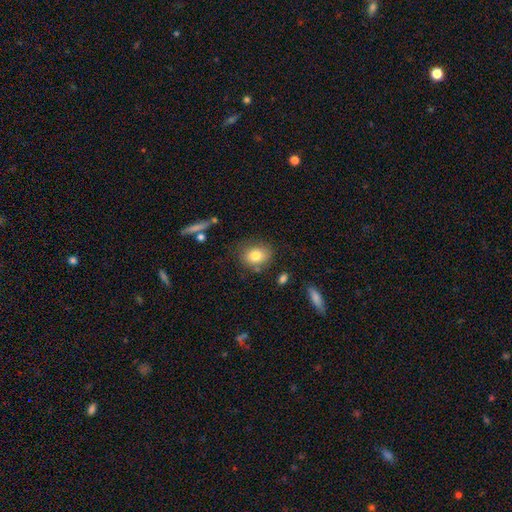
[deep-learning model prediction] Morphology: type=smooth (80%); roundness=in between (49%, tied with round); merging=none (75%).